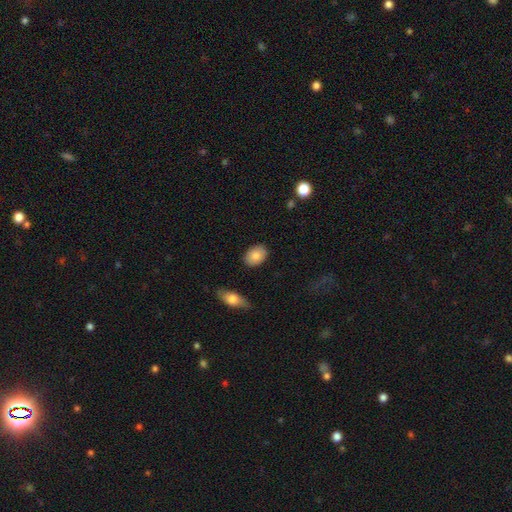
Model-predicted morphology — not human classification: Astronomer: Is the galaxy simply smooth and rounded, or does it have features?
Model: smooth — 85%.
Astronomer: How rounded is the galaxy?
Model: in between — 81%.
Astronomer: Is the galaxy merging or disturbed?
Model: none — 87%.